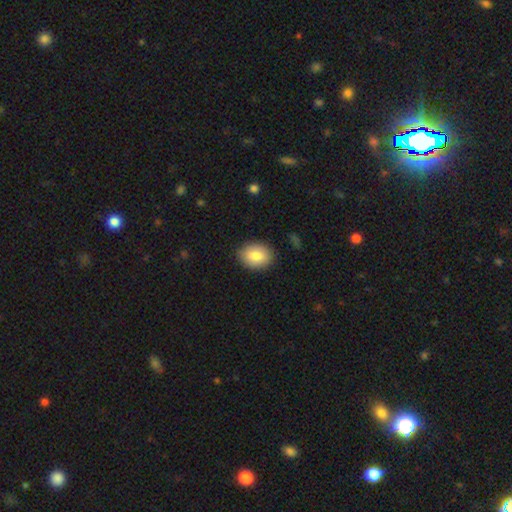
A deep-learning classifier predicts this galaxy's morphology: The model was most divided on "how rounded": in between: 70%, round: 29%, cigar-shaped: 1%. More confident: merging — none (87%); smooth or featured — smooth (84%).